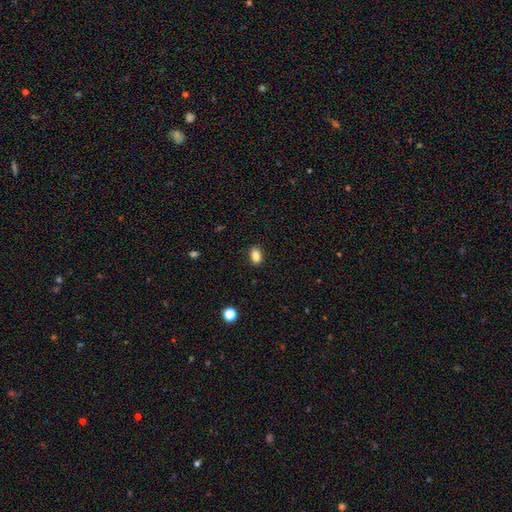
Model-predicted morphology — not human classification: This appears to be a smooth galaxy with no disk features (85%) that is in between round and cigar-shaped (81%). Merging: none (88%).